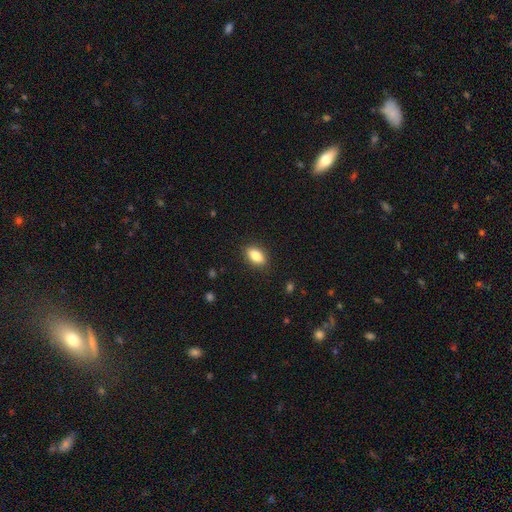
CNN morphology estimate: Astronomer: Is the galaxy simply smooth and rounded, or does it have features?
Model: smooth — 83%.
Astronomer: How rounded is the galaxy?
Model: in between — 87%.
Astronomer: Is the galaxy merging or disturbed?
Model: none — 88%.